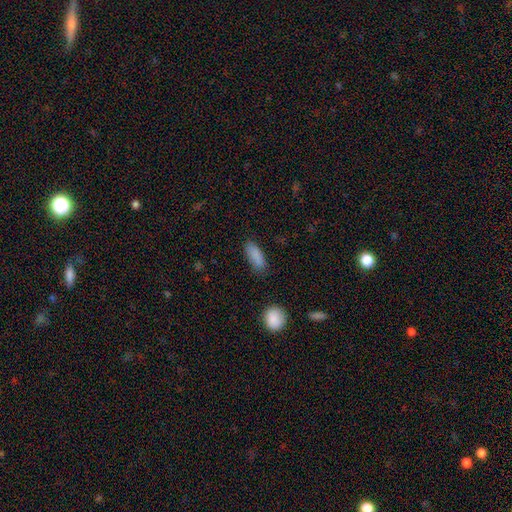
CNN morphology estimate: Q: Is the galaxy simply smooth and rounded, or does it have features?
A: smooth — 87%.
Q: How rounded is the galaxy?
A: in between — 72%.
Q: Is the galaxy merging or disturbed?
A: none — 80%.